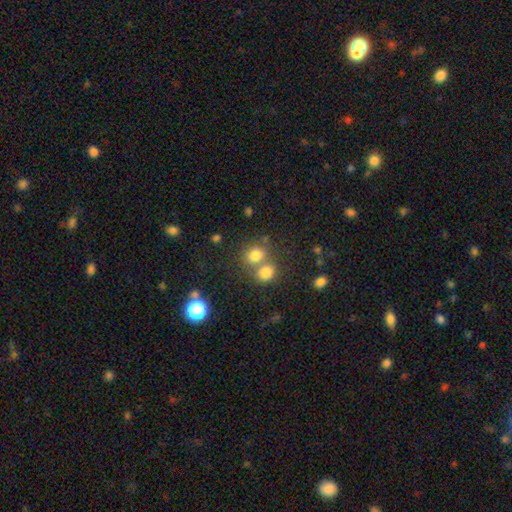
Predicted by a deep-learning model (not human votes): Smooth or featured?
  - smooth: 77% *
  - star or artifact: 13%
  - featured or disk: 10%
How rounded?
  - round: 65% *
  - in between: 34%
  - cigar-shaped: 1%
Merging?
  - merger: 48% *
  - none: 40%
  - minor disturbance: 8%
  - major disturbance: 4%